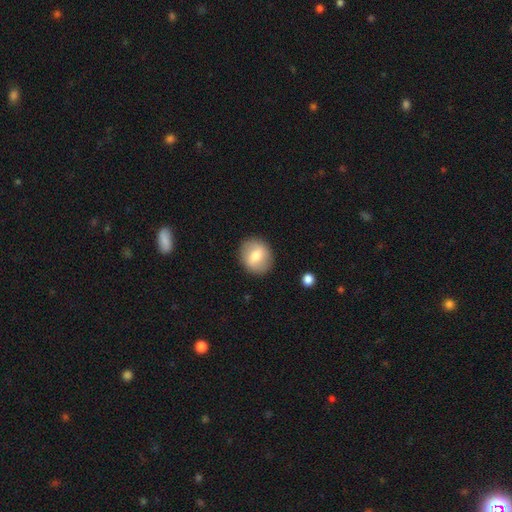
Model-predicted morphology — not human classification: Smooth or featured: smooth — 66% (featured or disk — 27%)
How rounded: round — 72% (in between — 27%)
Merging: none — 88% (minor disturbance — 8%)